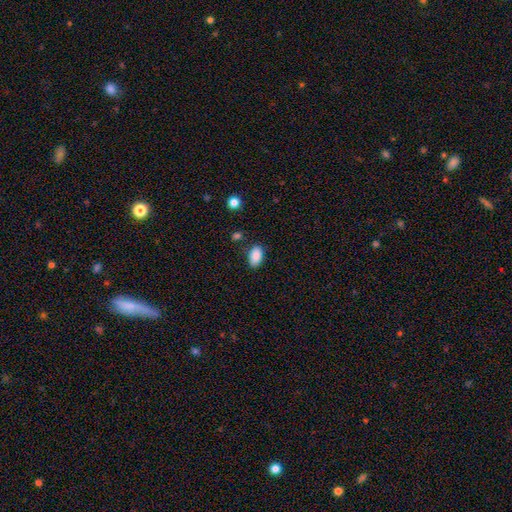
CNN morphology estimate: smooth_or_featured: smooth (p=0.89) [alt: star or artifact p=0.08]
how_rounded: in between (p=0.92) [alt: round p=0.06]
merging: none (p=0.81) [alt: minor disturbance p=0.13]